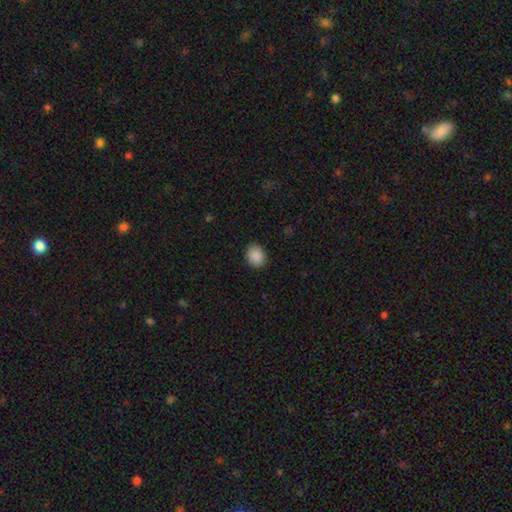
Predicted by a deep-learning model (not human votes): Smooth or featured?
  - smooth: 89% *
  - star or artifact: 8%
  - featured or disk: 3%
How rounded?
  - round: 65% *
  - in between: 34%
  - cigar-shaped: 1%
Merging?
  - none: 89% *
  - minor disturbance: 8%
  - major disturbance: 2%
  - merger: 1%